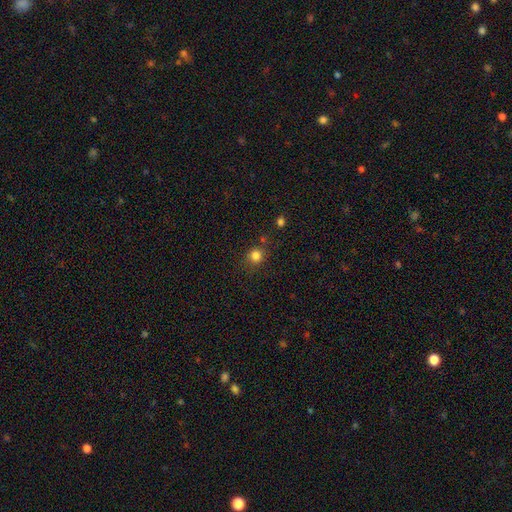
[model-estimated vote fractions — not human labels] Smooth or featured? smooth (82%)
How rounded? round (86%)
Merging? none (79%)